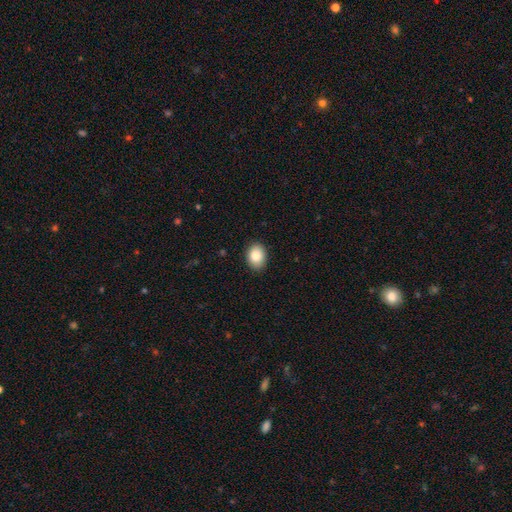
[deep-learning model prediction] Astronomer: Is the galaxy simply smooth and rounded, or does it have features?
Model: smooth — 85%.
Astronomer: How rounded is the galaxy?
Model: in between — 66%.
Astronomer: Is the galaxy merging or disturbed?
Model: none — 89%.